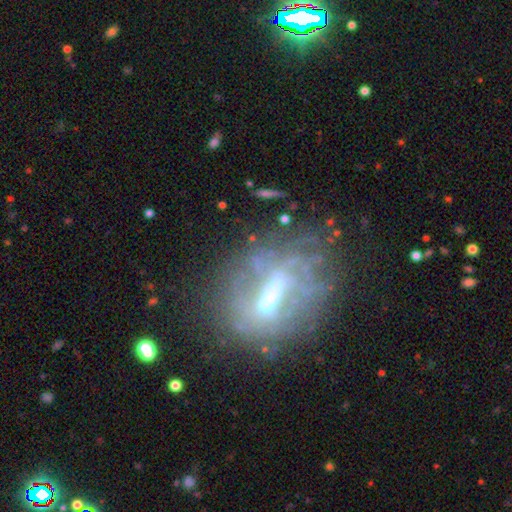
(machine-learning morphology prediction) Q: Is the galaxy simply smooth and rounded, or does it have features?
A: featured or disk — 67%.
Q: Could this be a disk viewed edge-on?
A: no — 89%.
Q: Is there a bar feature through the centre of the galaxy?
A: strong — 45%.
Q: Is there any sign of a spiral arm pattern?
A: no — 59%.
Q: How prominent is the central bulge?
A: moderate — 42%.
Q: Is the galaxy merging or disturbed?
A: none — 56%.